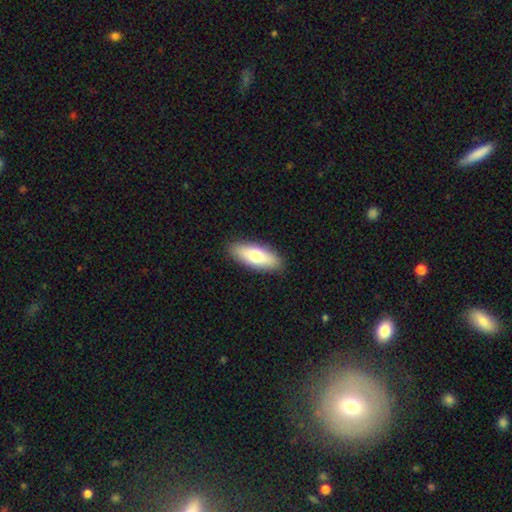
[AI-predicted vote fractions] smooth-or-featured: smooth: 73% | featured or disk: 21% | star or artifact: 6%
  how-rounded: in between: 75% | cigar-shaped: 23% | round: 3%
  merging: none: 89% | minor disturbance: 8% | major disturbance: 2% | merger: 1%